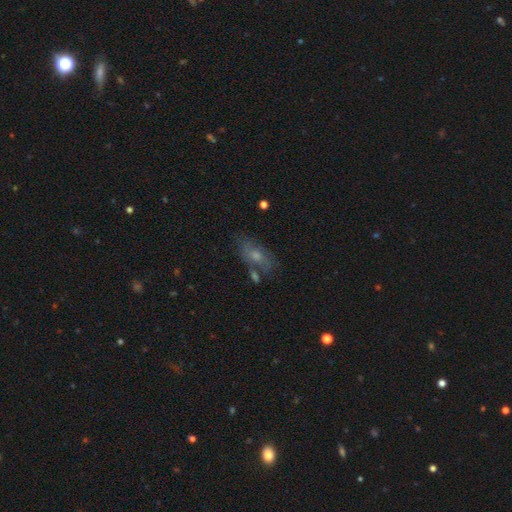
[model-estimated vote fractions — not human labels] The model was most divided on "smooth or featured": smooth: 45%, featured or disk: 42%, star or artifact: 13%. More confident: merging — none (59%).